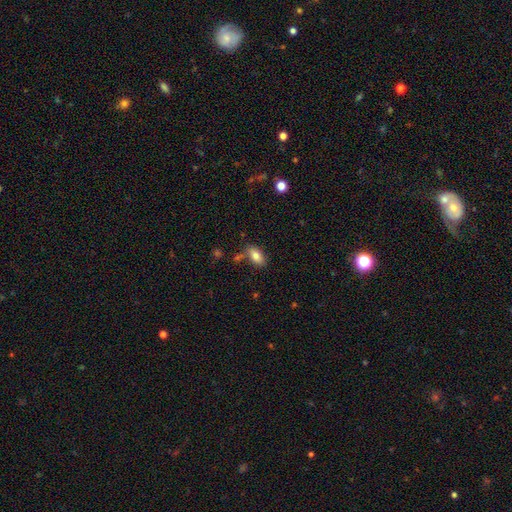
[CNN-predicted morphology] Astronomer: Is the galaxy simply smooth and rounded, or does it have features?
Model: smooth — 81%.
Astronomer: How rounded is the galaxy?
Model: in between — 89%.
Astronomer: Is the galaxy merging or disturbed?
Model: none — 73%.